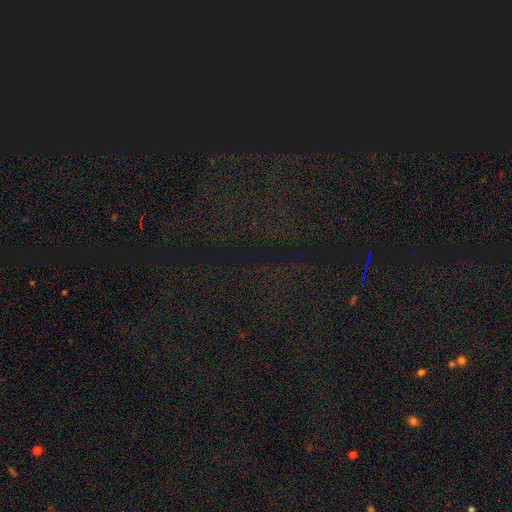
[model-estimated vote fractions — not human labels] A star or artifact, not a galaxy (78%).

Vote fractions:
- Smooth or featured? star or artifact: 78% / smooth: 15% / featured or disk: 7%